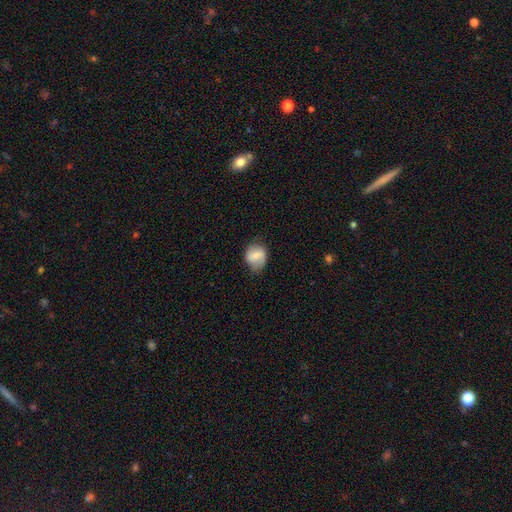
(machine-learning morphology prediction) Smooth or featured: smooth — 61% (featured or disk — 31%)
How rounded: round — 57% (in between — 42%)
Merging: none — 63% (minor disturbance — 27%)